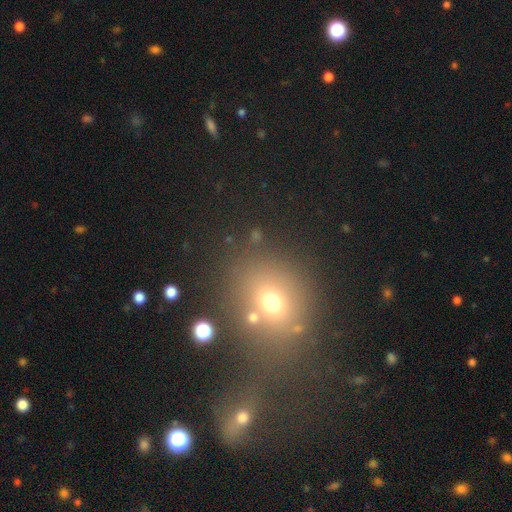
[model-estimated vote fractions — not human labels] This appears to be a smooth galaxy with no disk features (54%) that is round (67%). Merging: none (61%).